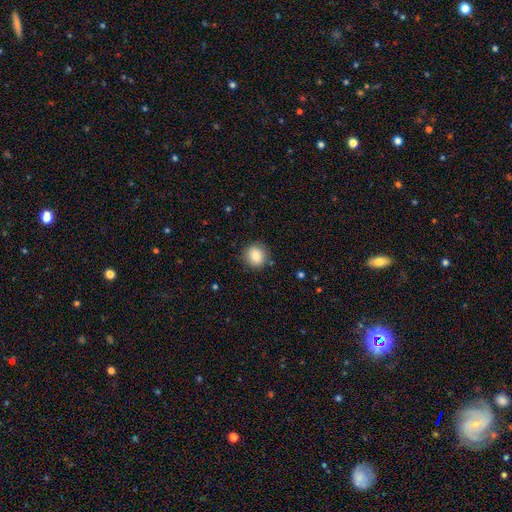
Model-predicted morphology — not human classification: smooth-or-featured: smooth: 85% | star or artifact: 9% | featured or disk: 6%
  how-rounded: round: 84% | in between: 16% | cigar-shaped: 1%
  merging: none: 86% | minor disturbance: 10% | major disturbance: 3% | merger: 1%